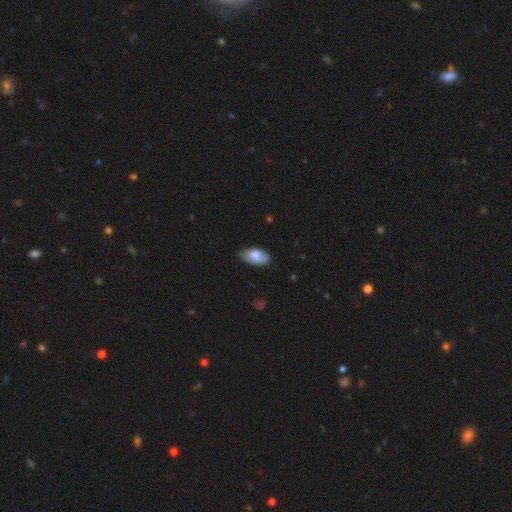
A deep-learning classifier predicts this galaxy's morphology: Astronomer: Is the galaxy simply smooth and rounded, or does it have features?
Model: smooth — 82%.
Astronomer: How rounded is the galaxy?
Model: in between — 94%.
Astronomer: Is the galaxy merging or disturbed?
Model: none — 78%.